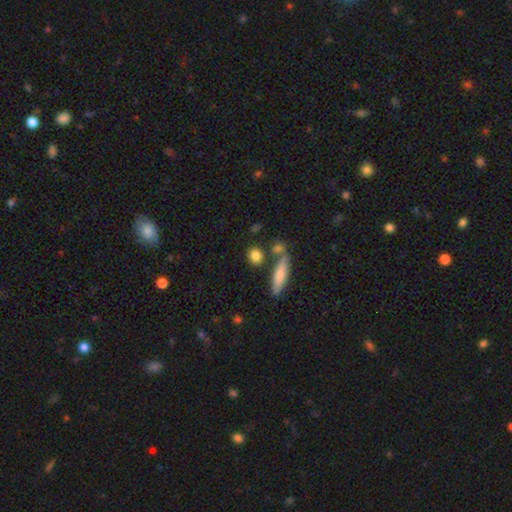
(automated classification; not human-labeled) smooth-or-featured: smooth: 81% | featured or disk: 10% | star or artifact: 9%
  how-rounded: round: 65% | in between: 25% | cigar-shaped: 11%
  merging: none: 74% | merger: 12% | minor disturbance: 10% | major disturbance: 3%